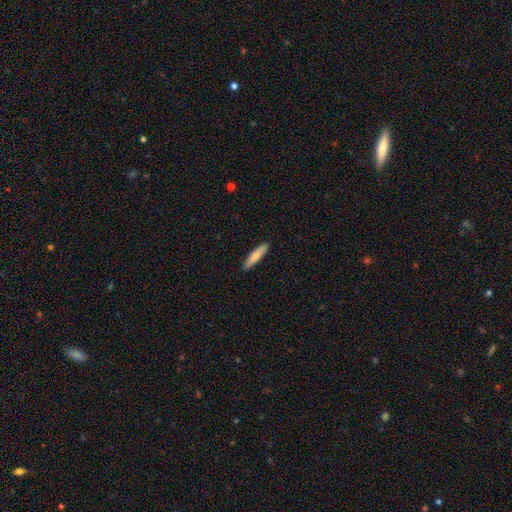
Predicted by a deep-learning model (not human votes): smooth 78%, featured or disk 16%, star or artifact 5%. Down the decision tree: how rounded — cigar-shaped (88%); merging — none (91%).